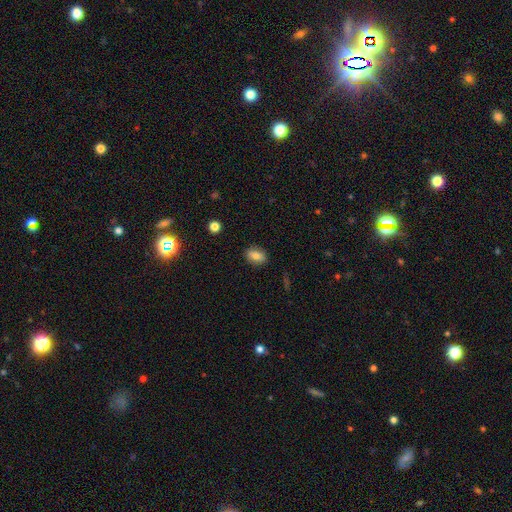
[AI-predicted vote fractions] A smooth galaxy with no disk features (80%) that is in between round and cigar-shaped (80%).

Vote fractions:
- Smooth or featured? smooth: 80% / featured or disk: 11% / star or artifact: 9%
- How rounded? in between: 80% / round: 17% / cigar-shaped: 3%
- Merging? none: 87% / minor disturbance: 10% / major disturbance: 2% / merger: 1%